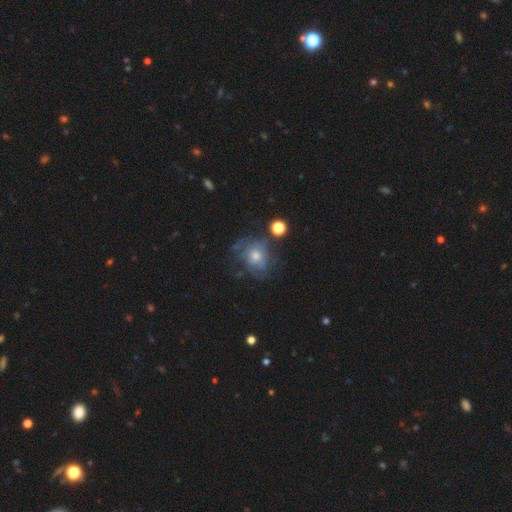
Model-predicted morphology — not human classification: Q: Smooth or featured?
A: featured or disk (47%); runner-up: smooth (38%)
Q: Merging?
A: none (57%); runner-up: minor disturbance (22%)